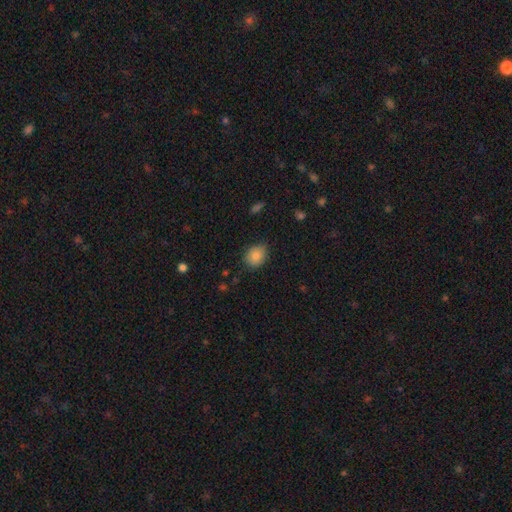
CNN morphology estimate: Q: Smooth or featured?
A: smooth (86%); runner-up: star or artifact (8%)
Q: How rounded?
A: in between (50%); runner-up: round (49%)
Q: Merging?
A: none (81%); runner-up: minor disturbance (15%)